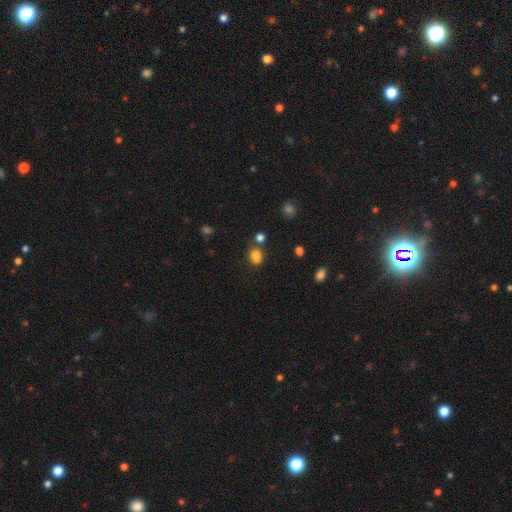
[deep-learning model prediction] A smooth galaxy with no disk features (79%) that is round (51%). Merging: none (58%).